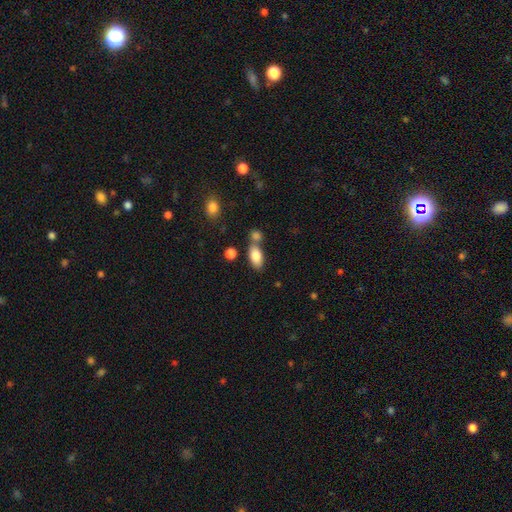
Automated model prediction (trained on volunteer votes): Smooth or featured: smooth — 83% (featured or disk — 10%)
How rounded: in between — 89% (cigar-shaped — 6%)
Merging: none — 57% (merger — 27%)